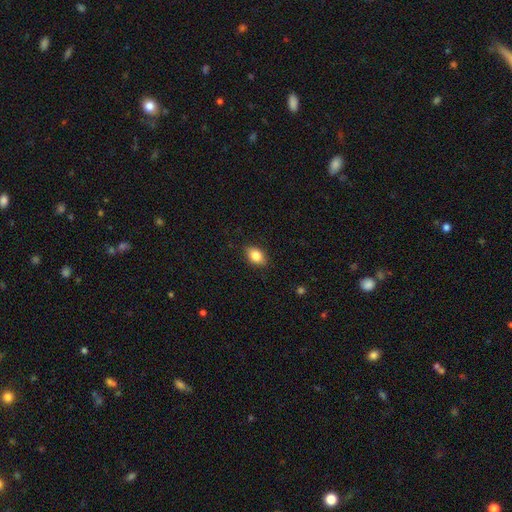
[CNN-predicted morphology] This appears to be a smooth galaxy with no disk features (84%) that is in between round and cigar-shaped (83%). Merging: none (86%).